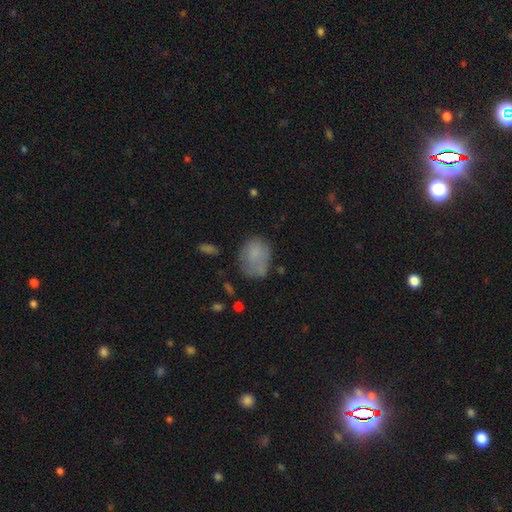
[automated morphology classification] A smooth galaxy with no disk features (74%) that is in between round and cigar-shaped (58%). Merging: none (49%).